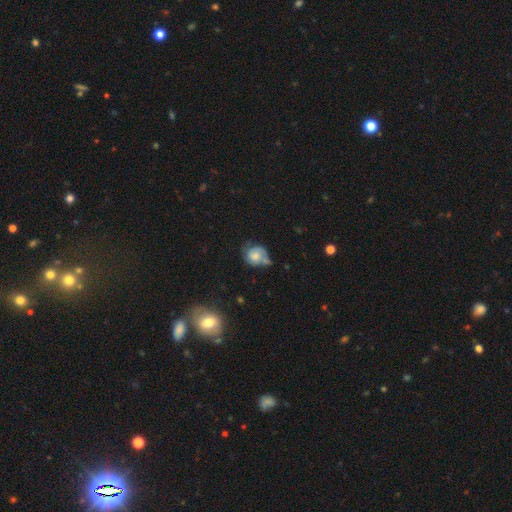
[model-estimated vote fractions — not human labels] A smooth galaxy with no disk features (55%) that is round (70%). Merging: none (41%).